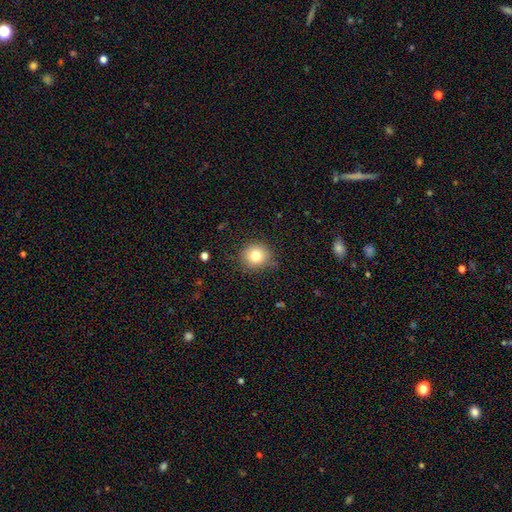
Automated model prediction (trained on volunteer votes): smooth-or-featured: smooth: 79% | star or artifact: 12% | featured or disk: 10%
  how-rounded: round: 88% | in between: 11% | cigar-shaped: 1%
  merging: none: 81% | minor disturbance: 14% | major disturbance: 3% | merger: 1%